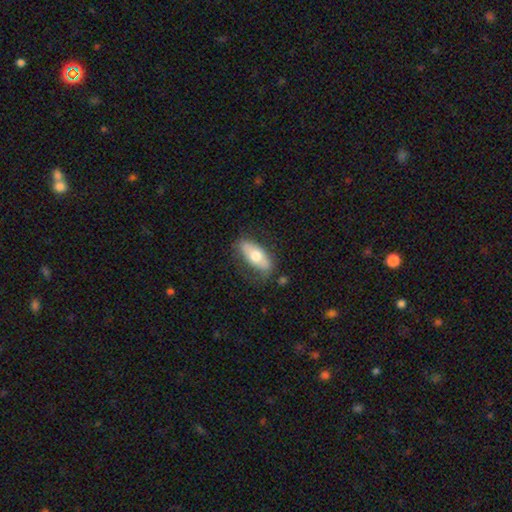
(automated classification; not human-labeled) This appears to be a smooth galaxy with no disk features (60%) that is in between round and cigar-shaped (77%). Merging: none (70%).